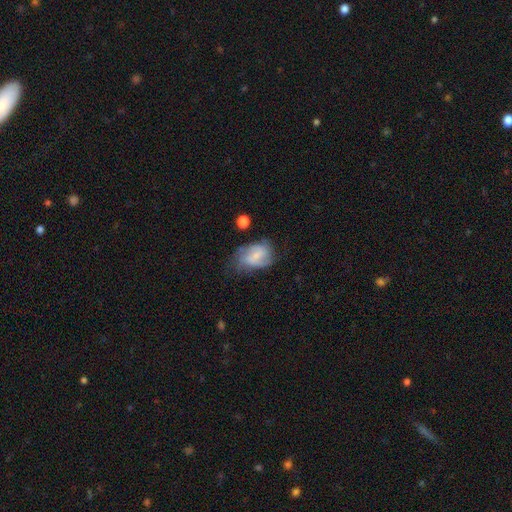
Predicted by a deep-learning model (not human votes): smooth 47%, featured or disk 45%, star or artifact 8%. Down the decision tree: merging — none (44%).